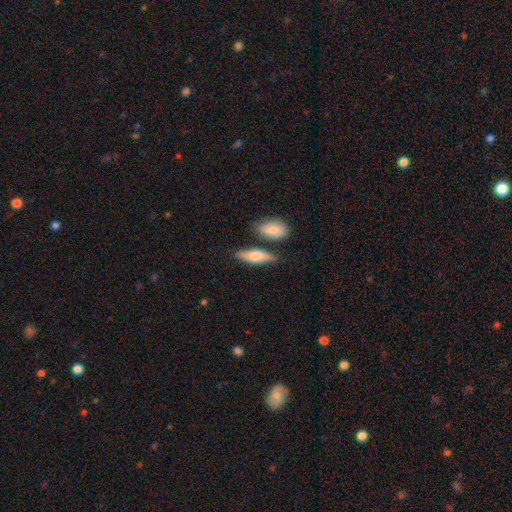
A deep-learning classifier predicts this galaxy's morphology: A smooth galaxy with no disk features (65%) that is in between round and cigar-shaped (60%).

Vote fractions:
- Smooth or featured? smooth: 65% / featured or disk: 29% / star or artifact: 6%
- How rounded? in between: 60% / cigar-shaped: 36% / round: 4%
- Merging? none: 69% / minor disturbance: 15% / merger: 13% / major disturbance: 4%